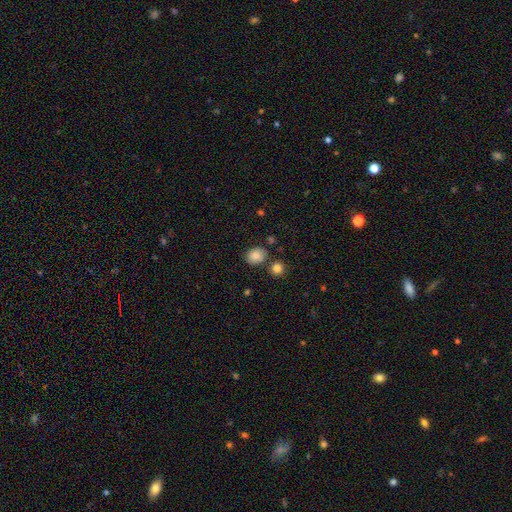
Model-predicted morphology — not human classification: smooth_or_featured: smooth (p=0.84) [alt: star or artifact p=0.09]
how_rounded: round (p=0.56) [alt: in between p=0.43]
merging: none (p=0.76) [alt: minor disturbance p=0.12]